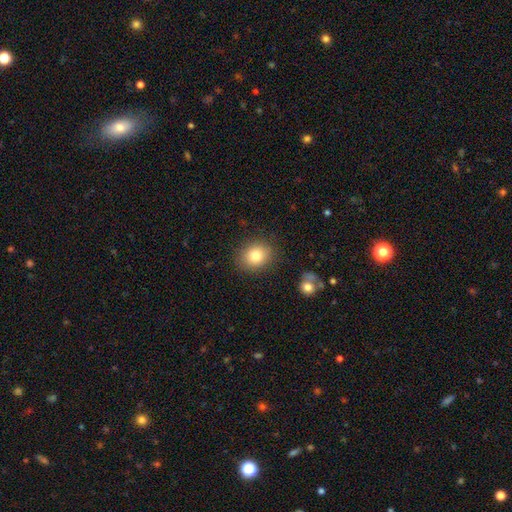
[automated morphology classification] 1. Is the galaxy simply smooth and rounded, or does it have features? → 80% smooth, 10% star or artifact, 9% featured or disk.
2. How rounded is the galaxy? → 62% round, 37% in between, 1% cigar-shaped.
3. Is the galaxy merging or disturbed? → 86% none, 9% minor disturbance, 3% major disturbance, 2% merger.